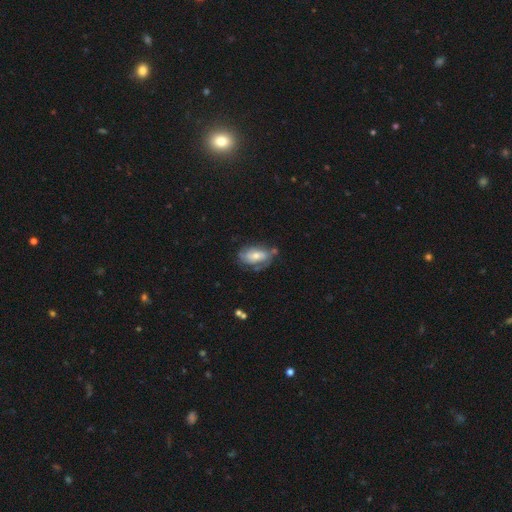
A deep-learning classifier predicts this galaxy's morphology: Smooth or featured? Predicted: featured or disk (p=0.55). Edge-on disk? Predicted: no (p=0.93). Bar? Predicted: no (p=0.65). Spiral arms? Predicted: yes (p=0.70). Bulge size? Predicted: moderate (p=0.50). Merging? Predicted: none (p=0.51).